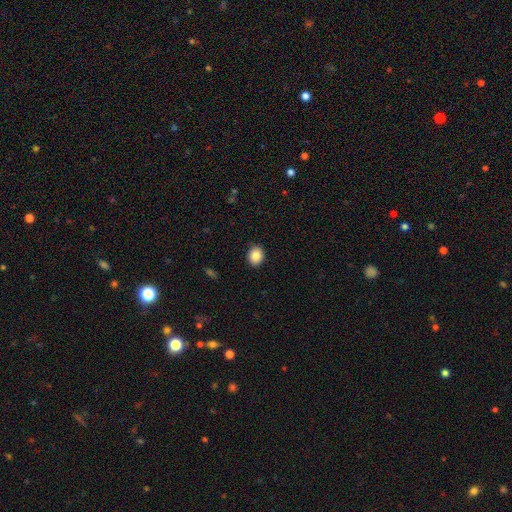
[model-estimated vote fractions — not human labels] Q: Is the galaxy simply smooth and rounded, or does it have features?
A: smooth — 87%.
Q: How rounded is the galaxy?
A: round — 66%.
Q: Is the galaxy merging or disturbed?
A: none — 89%.